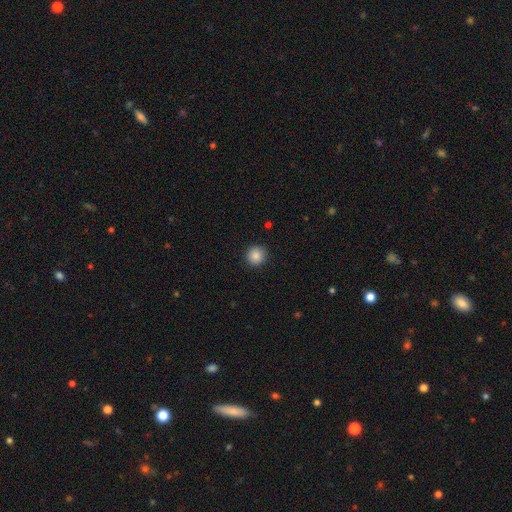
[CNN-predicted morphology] A smooth galaxy with no disk features (87%) that is round (93%).

Vote fractions:
- Smooth or featured? smooth: 87% / star or artifact: 9% / featured or disk: 4%
- How rounded? round: 93% / in between: 6% / cigar-shaped: 1%
- Merging? none: 91% / minor disturbance: 6% / major disturbance: 2% / merger: 1%